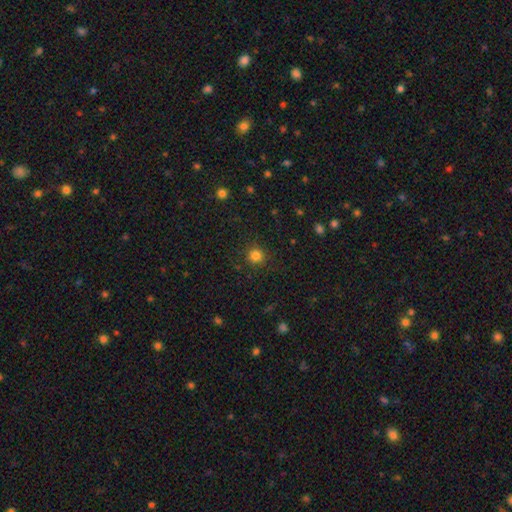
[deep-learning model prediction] A smooth galaxy with no disk features (81%) that is round (93%).

Vote fractions:
- Smooth or featured? smooth: 81% / star or artifact: 14% / featured or disk: 5%
- How rounded? round: 93% / in between: 6% / cigar-shaped: 1%
- Merging? none: 88% / minor disturbance: 8% / major disturbance: 3% / merger: 1%